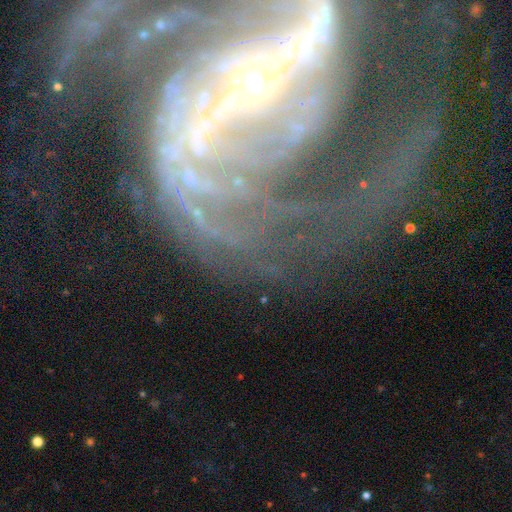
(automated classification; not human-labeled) This is clearly a featured or disk galaxy (90%). It is clearly not viewed edge-on (97%). Bar: likely strong (66%). Spiral arm pattern: clearly yes (95%). Spiral arm count: possibly 2 (54%). Spiral winding: marginally medium (42%). Central bulge: likely small (79%). Merging: marginally none (44%).